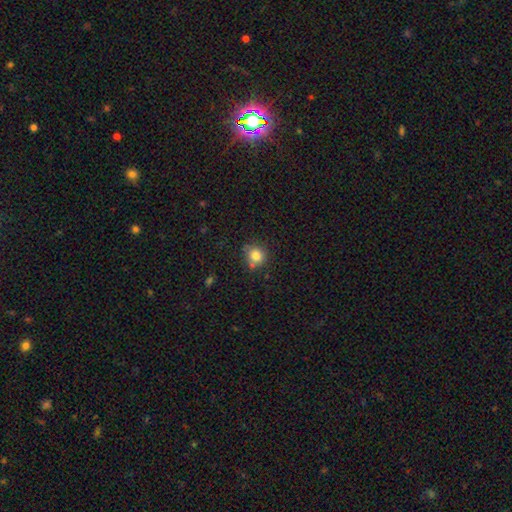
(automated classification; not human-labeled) Smooth or featured: smooth — 81% (star or artifact — 11%)
How rounded: round — 86% (in between — 13%)
Merging: none — 69% (minor disturbance — 17%)